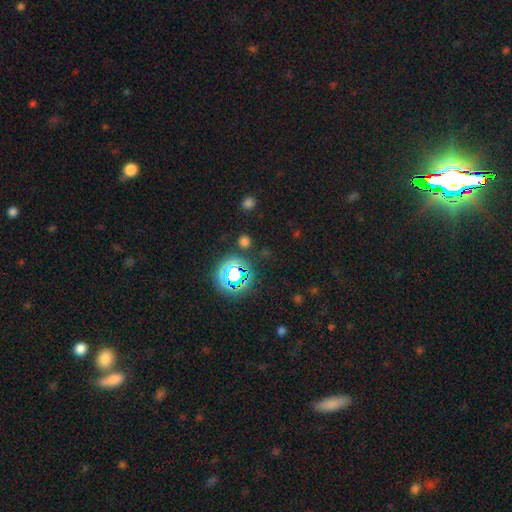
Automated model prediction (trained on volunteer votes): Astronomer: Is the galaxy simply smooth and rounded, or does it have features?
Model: star or artifact — 73%.